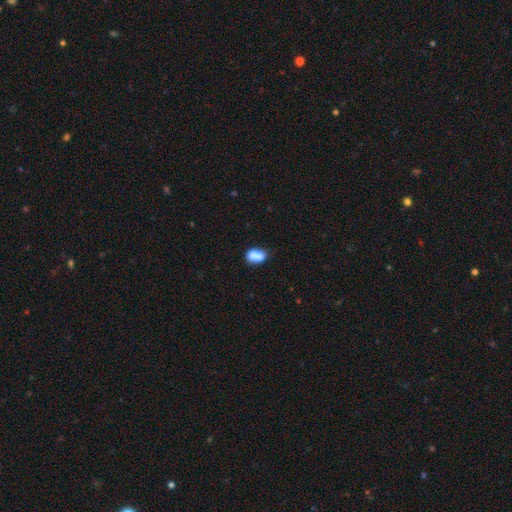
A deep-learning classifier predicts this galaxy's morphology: Q: Smooth or featured?
A: smooth (79%); runner-up: featured or disk (12%)
Q: How rounded?
A: in between (78%); runner-up: round (19%)
Q: Merging?
A: none (43%); runner-up: merger (30%)